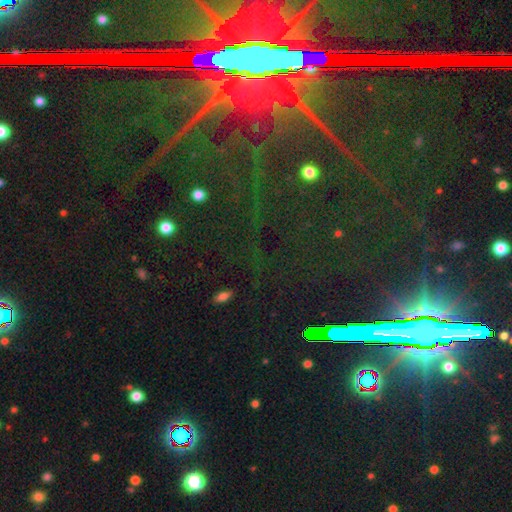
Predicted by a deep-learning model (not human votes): Overall: star or artifact (82%).